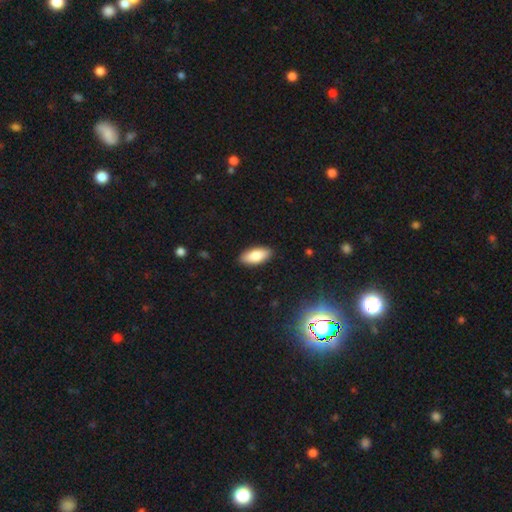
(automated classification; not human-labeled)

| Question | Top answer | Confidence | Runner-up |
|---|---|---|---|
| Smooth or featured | smooth | 83% | featured or disk (10%) |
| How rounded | in between | 89% | cigar-shaped (9%) |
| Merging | none | 89% | minor disturbance (8%) |